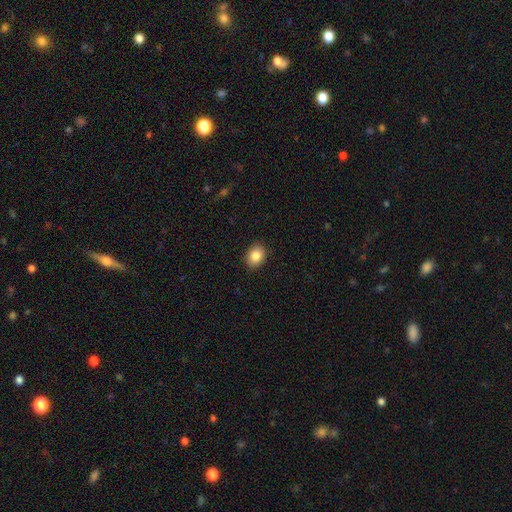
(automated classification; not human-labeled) This is clearly a smooth galaxy (86%). How rounded: likely in between (66%). Merging: clearly none (90%).